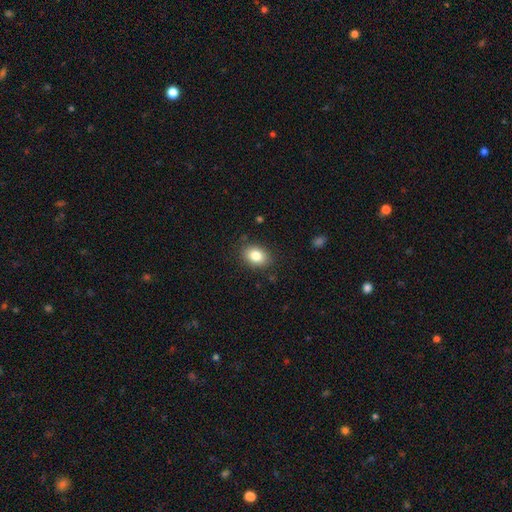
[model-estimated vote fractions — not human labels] smooth 83%, star or artifact 9%, featured or disk 8%. Down the decision tree: how rounded — in between (74%); merging — none (86%).